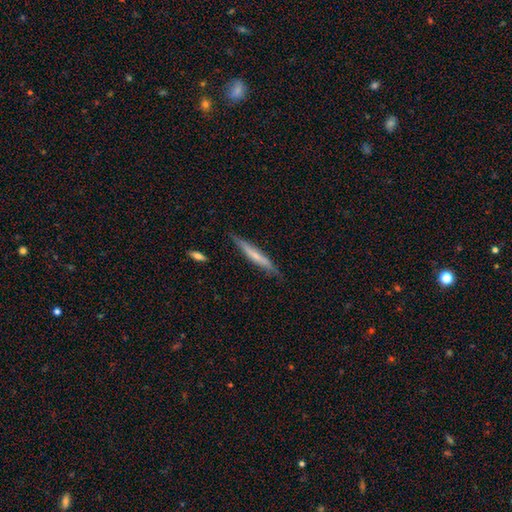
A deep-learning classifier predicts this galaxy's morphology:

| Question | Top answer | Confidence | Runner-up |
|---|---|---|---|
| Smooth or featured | smooth | 53% | featured or disk (41%) |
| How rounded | cigar-shaped | 94% | in between (4%) |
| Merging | none | 81% | minor disturbance (15%) |